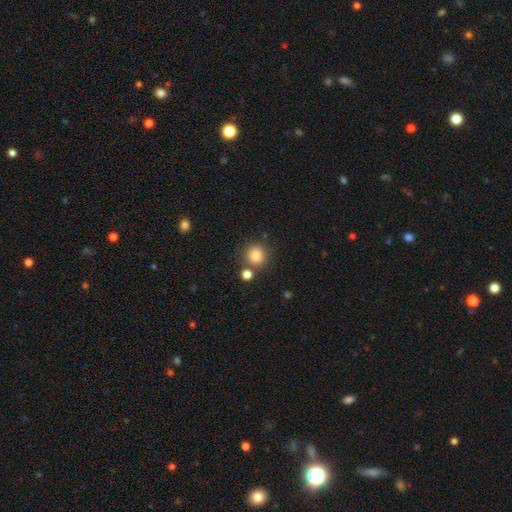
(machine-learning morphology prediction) Smooth or featured? smooth (84%)
How rounded? round (88%)
Merging? none (77%)